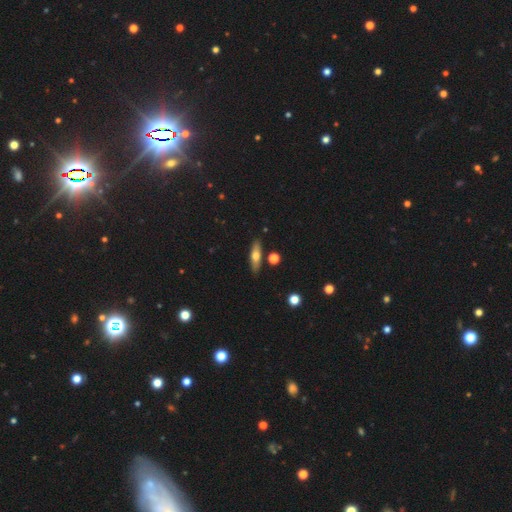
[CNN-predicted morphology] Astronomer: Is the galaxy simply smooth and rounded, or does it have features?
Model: smooth — 56% (runner-up: featured or disk, 37%).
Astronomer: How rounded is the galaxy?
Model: cigar-shaped — 58% (runner-up: in between, 38%).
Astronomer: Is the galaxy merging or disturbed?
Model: none — 85%.